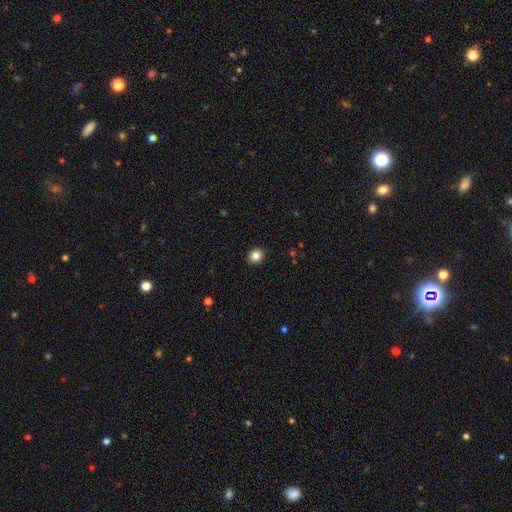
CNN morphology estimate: This is clearly a smooth galaxy (84%). How rounded: likely round (70%). Merging: clearly none (92%).